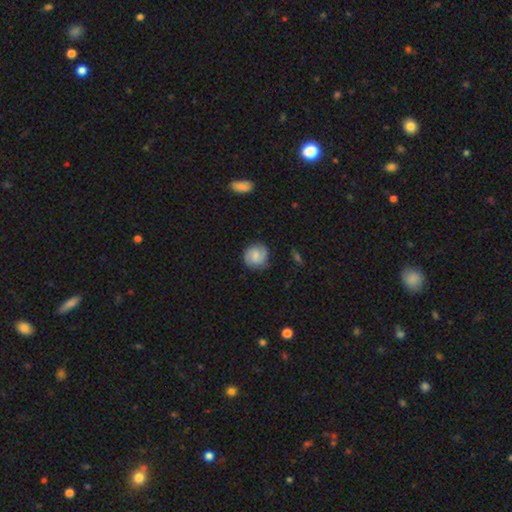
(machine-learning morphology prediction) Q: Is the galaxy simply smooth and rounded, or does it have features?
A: featured or disk — 57%.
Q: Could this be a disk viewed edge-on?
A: no — 98%.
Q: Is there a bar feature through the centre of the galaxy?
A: no — 47%.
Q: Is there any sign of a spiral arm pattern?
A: yes — 93%.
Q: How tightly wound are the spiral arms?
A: tight — 47%.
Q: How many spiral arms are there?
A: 2 — 79%.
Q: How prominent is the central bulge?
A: small — 43%.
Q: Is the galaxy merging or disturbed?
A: none — 82%.